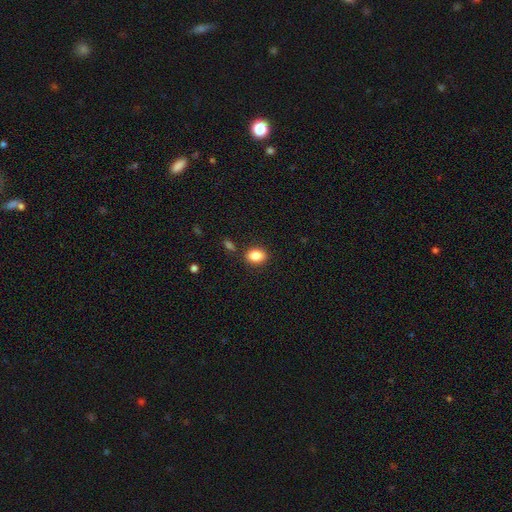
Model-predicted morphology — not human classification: Smooth or featured?
  - smooth: 85% *
  - star or artifact: 9%
  - featured or disk: 6%
How rounded?
  - in between: 71% *
  - round: 27%
  - cigar-shaped: 2%
Merging?
  - none: 84% *
  - minor disturbance: 10%
  - merger: 4%
  - major disturbance: 3%